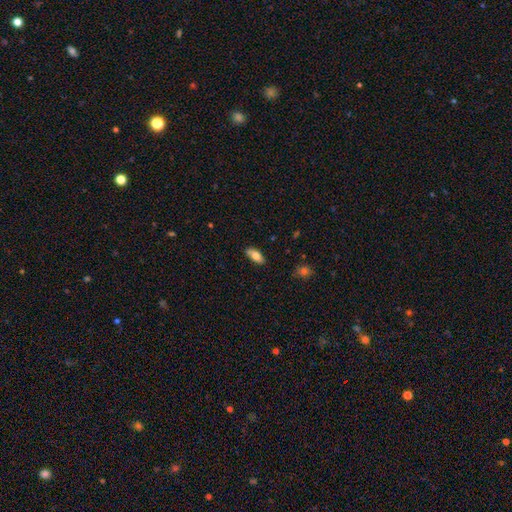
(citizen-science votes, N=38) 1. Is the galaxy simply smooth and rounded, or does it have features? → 89% smooth, 5% featured or disk, 5% star or artifact.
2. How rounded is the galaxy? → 91% in between, 6% round, 3% cigar-shaped.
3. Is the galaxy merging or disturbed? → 72% none, 22% minor disturbance, 6% major disturbance, 0% merger.